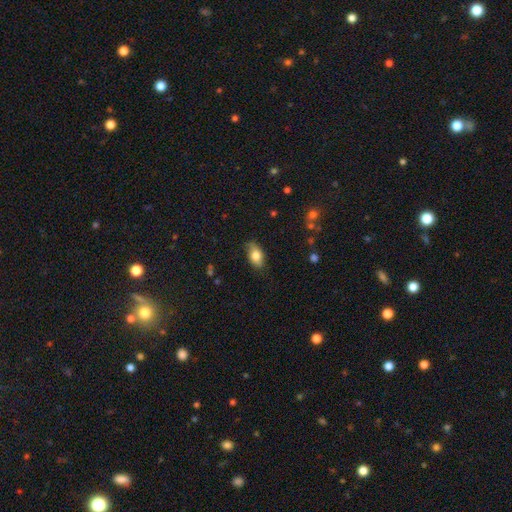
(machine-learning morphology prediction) Smooth or featured? smooth (77%)
How rounded? in between (90%)
Merging? none (73%)